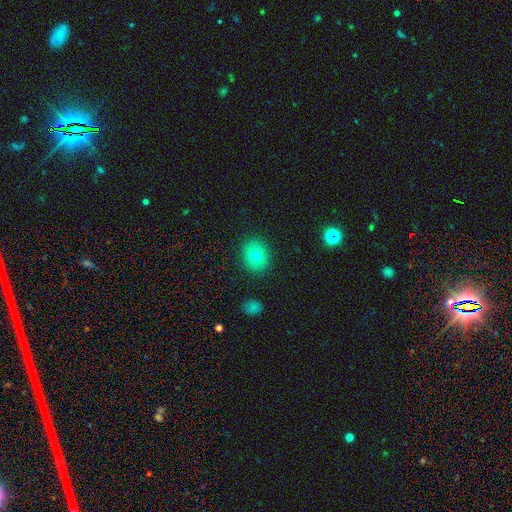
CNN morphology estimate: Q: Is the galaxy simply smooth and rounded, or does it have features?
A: smooth — 76%.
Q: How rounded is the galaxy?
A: round — 61%.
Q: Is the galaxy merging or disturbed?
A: none — 88%.